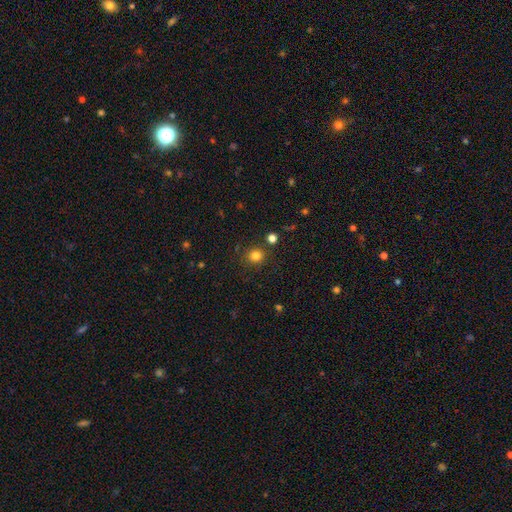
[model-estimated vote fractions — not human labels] A smooth galaxy with no disk features (81%) that is round (88%).

Vote fractions:
- Smooth or featured? smooth: 81% / star or artifact: 14% / featured or disk: 5%
- How rounded? round: 88% / in between: 11% / cigar-shaped: 1%
- Merging? none: 86% / minor disturbance: 8% / merger: 4% / major disturbance: 3%